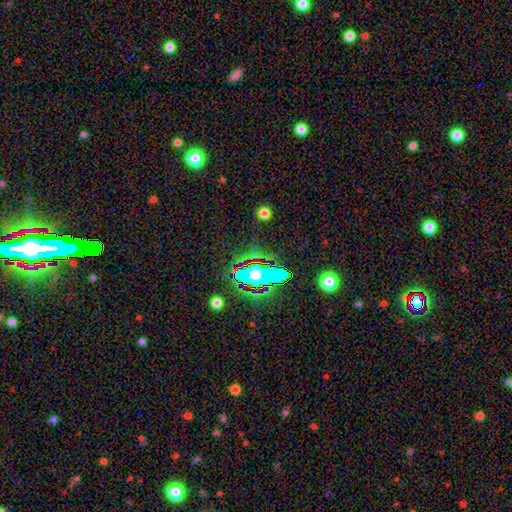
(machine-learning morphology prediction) Smooth or featured?
  - star or artifact: 83% *
  - smooth: 10%
  - featured or disk: 8%